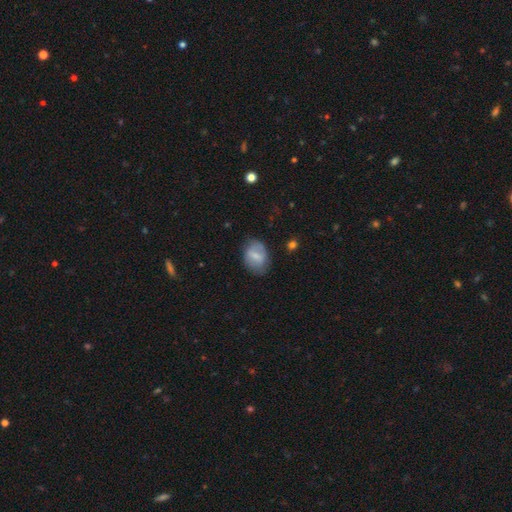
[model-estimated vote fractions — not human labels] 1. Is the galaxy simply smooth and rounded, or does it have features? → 61% smooth, 32% featured or disk, 8% star or artifact.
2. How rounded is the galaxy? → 77% in between, 22% round, 2% cigar-shaped.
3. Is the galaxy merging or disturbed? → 70% none, 21% minor disturbance, 7% major disturbance, 2% merger.